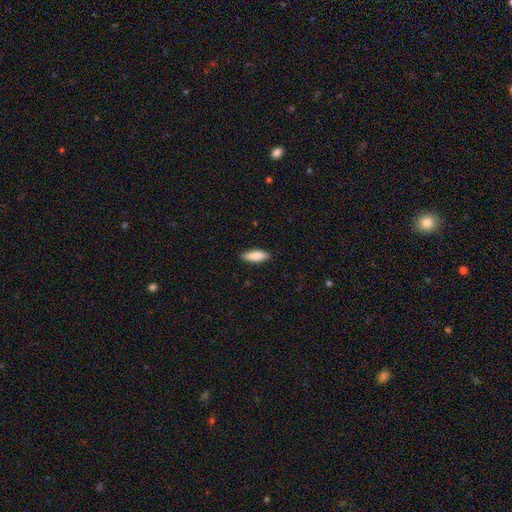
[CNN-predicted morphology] Overall: smooth (86%). How rounded: in between (61%; cigar-shaped 38%). Merging: none (88%).